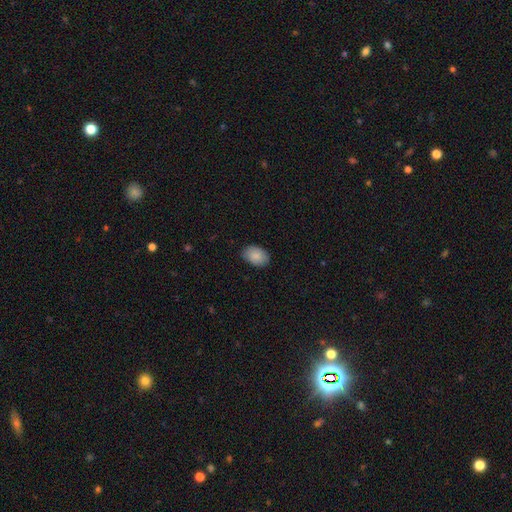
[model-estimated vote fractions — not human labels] Overall: smooth (88%). How rounded: in between (86%). Merging: none (84%).